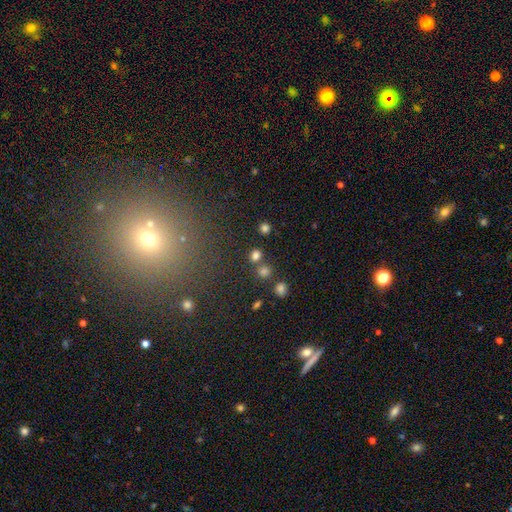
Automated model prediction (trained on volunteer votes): Q: Smooth or featured?
A: smooth (77%); runner-up: star or artifact (17%)
Q: How rounded?
A: round (85%); runner-up: in between (14%)
Q: Merging?
A: none (72%); runner-up: merger (18%)